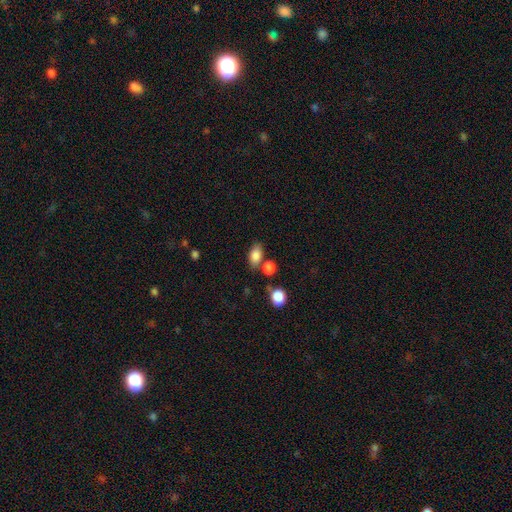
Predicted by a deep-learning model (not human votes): smooth 84%, star or artifact 9%, featured or disk 7%. Down the decision tree: how rounded — in between (85%); merging — none (66%).